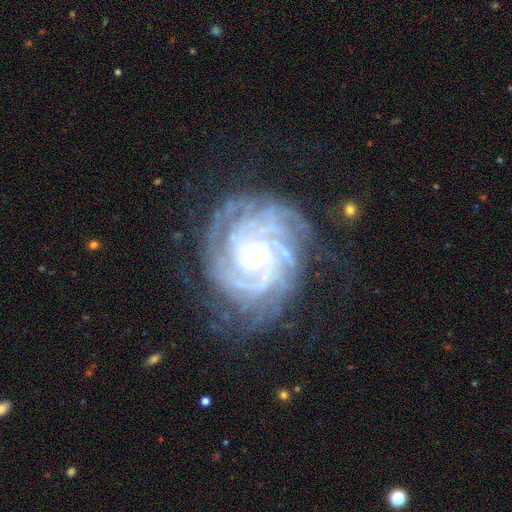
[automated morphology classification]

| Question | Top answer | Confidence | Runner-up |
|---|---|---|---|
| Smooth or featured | featured or disk | 89% | star or artifact (7%) |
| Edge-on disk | no | 98% | yes (2%) |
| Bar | no | 70% | weak (22%) |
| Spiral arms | yes | 98% | no (2%) |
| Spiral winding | tight | 80% | medium (17%) |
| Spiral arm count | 4 | 25% | can't tell (21%) |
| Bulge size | small | 83% | moderate (12%) |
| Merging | none | 71% | minor disturbance (19%) |